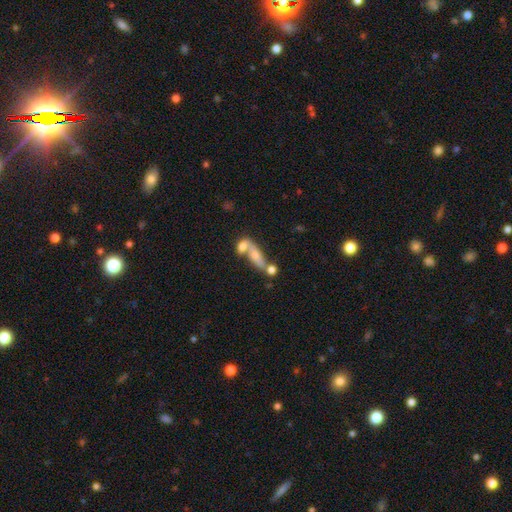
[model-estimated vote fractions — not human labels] Morphology: type=smooth (57%); roundness=in between (50%); merging=merger (49%).